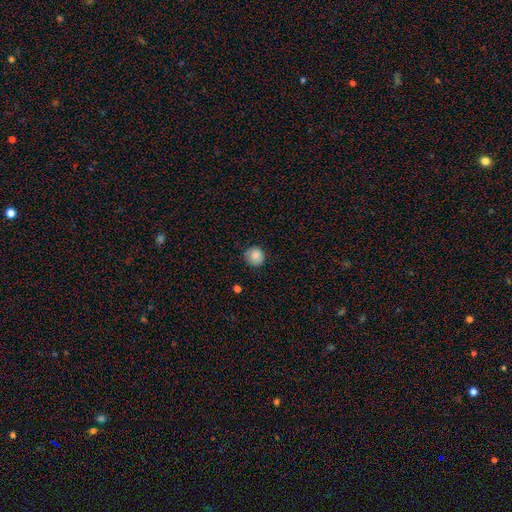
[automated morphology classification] smooth 85%, star or artifact 9%, featured or disk 6%. Down the decision tree: how rounded — round (92%); merging — none (83%).